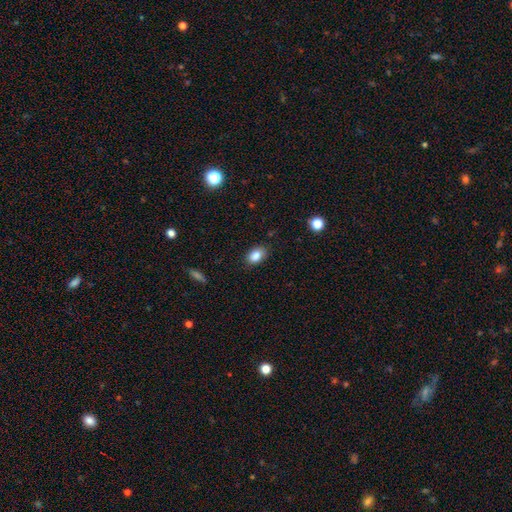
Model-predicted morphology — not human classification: type=smooth (85%); roundness=in between (83%); merging=none (84%).